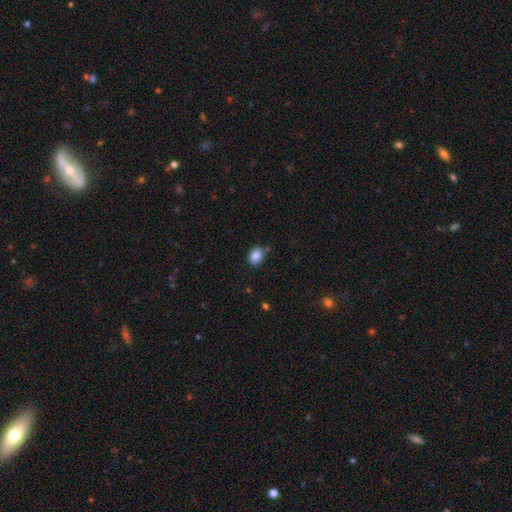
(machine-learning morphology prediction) Smooth or featured? Predicted: smooth (p=0.86). How rounded? Predicted: in between (p=0.56). Merging? Predicted: none (p=0.77).